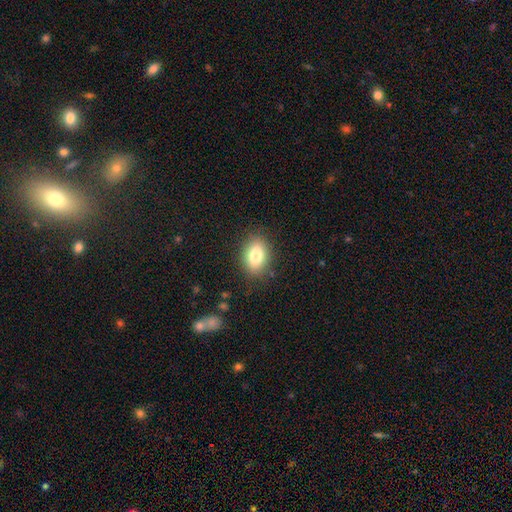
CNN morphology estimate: smooth-or-featured: smooth: 81% | featured or disk: 10% | star or artifact: 9%
  how-rounded: in between: 81% | round: 17% | cigar-shaped: 2%
  merging: none: 85% | minor disturbance: 11% | major disturbance: 3% | merger: 1%